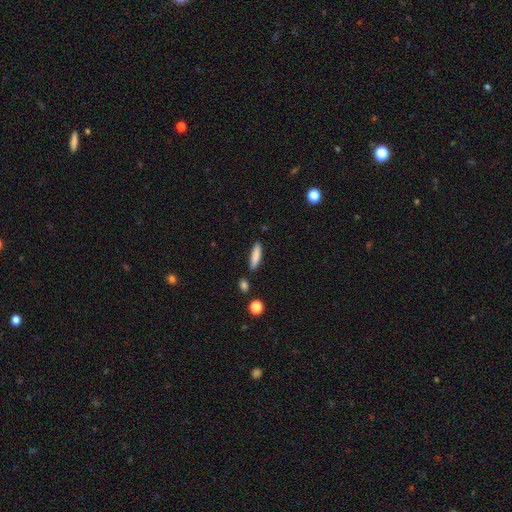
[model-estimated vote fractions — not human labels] smooth-or-featured: smooth: 83% | featured or disk: 10% | star or artifact: 7%
  how-rounded: cigar-shaped: 77% | in between: 21% | round: 2%
  merging: none: 85% | minor disturbance: 10% | merger: 3% | major disturbance: 2%